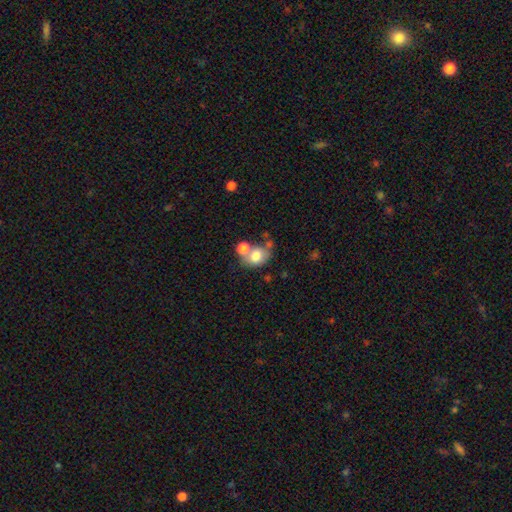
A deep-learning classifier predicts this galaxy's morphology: Smooth or featured?
  - smooth: 73% *
  - featured or disk: 18%
  - star or artifact: 9%
How rounded?
  - in between: 52% *
  - round: 47%
  - cigar-shaped: 1%
Merging?
  - merger: 43% *
  - none: 37%
  - minor disturbance: 13%
  - major disturbance: 7%